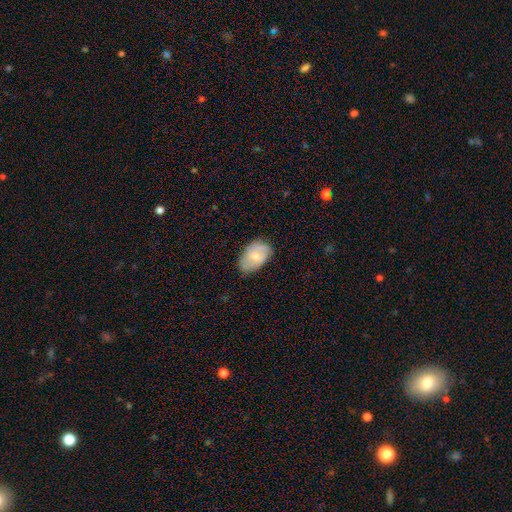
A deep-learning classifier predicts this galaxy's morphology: Q: Smooth or featured?
A: smooth (63%); runner-up: featured or disk (31%)
Q: How rounded?
A: in between (90%); runner-up: round (8%)
Q: Merging?
A: none (67%); runner-up: minor disturbance (27%)